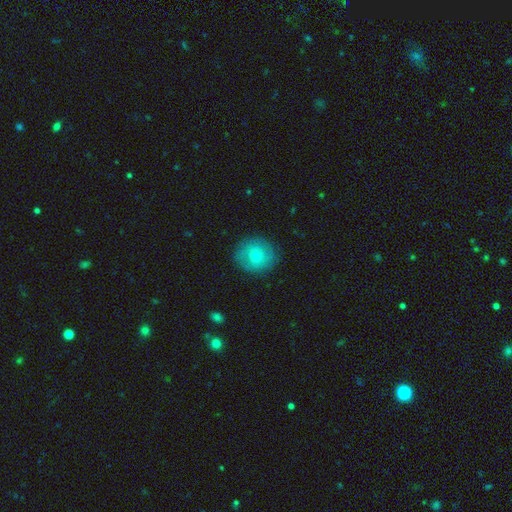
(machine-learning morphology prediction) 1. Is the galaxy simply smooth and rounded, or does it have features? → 59% smooth, 32% featured or disk, 8% star or artifact.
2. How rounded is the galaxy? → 87% round, 12% in between, 1% cigar-shaped.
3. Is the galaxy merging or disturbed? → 84% none, 11% minor disturbance, 4% major disturbance, 1% merger.